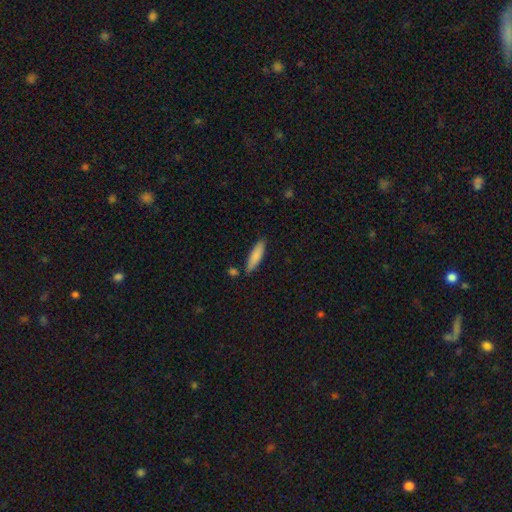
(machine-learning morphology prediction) This is clearly a smooth galaxy (83%). How rounded: likely cigar-shaped (68%). Merging: likely none (79%).